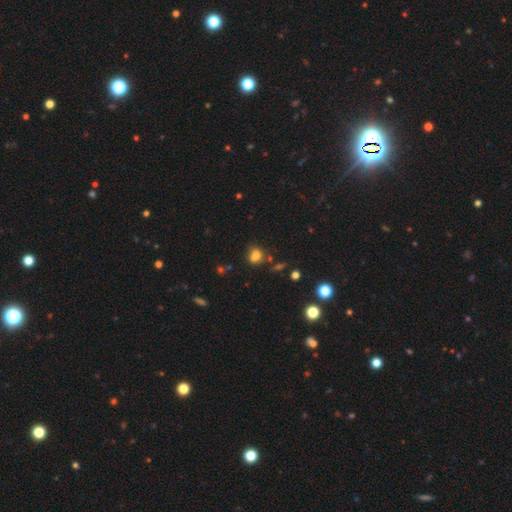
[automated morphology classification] smooth_or_featured: smooth (p=0.74) [alt: star or artifact p=0.17]
how_rounded: round (p=0.49) [tied with: in between p=0.49]
merging: none (p=0.57) [alt: merger p=0.19]